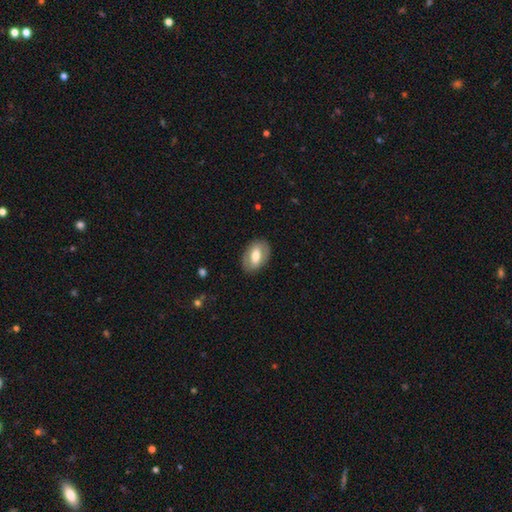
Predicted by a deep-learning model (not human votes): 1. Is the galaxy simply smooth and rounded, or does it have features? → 54% smooth, 40% featured or disk, 6% star or artifact.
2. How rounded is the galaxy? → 89% in between, 9% round, 2% cigar-shaped.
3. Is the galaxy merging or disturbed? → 84% none, 11% minor disturbance, 4% major disturbance, 1% merger.